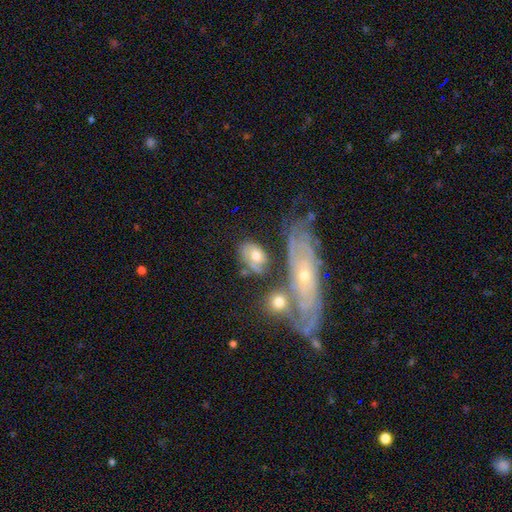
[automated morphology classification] This appears to be a featured or disk galaxy (46%). Merging: none (45%).